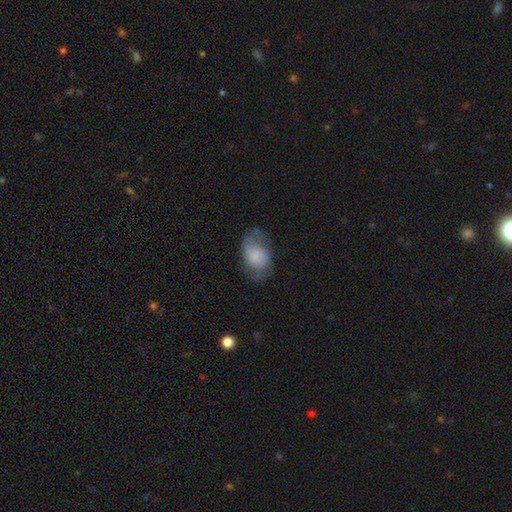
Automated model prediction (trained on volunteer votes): A smooth galaxy with no disk features (63%) that is in between round and cigar-shaped (85%).

Vote fractions:
- Smooth or featured? smooth: 63% / featured or disk: 29% / star or artifact: 8%
- How rounded? in between: 85% / round: 13% / cigar-shaped: 1%
- Merging? none: 48% / minor disturbance: 31% / major disturbance: 19% / merger: 2%